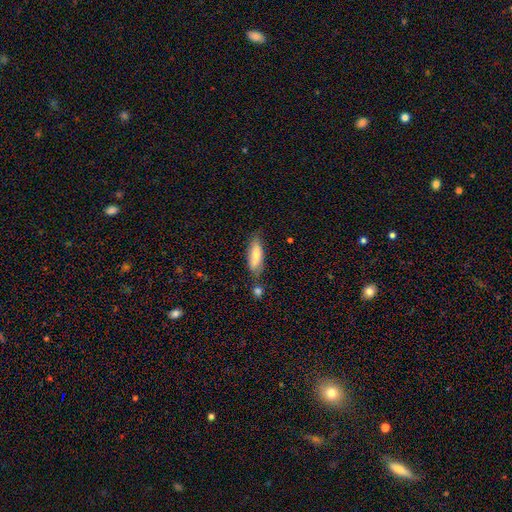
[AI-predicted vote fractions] Smooth or featured? Predicted: smooth (p=0.78). How rounded? Predicted: in between (p=0.59). Merging? Predicted: none (p=0.65).